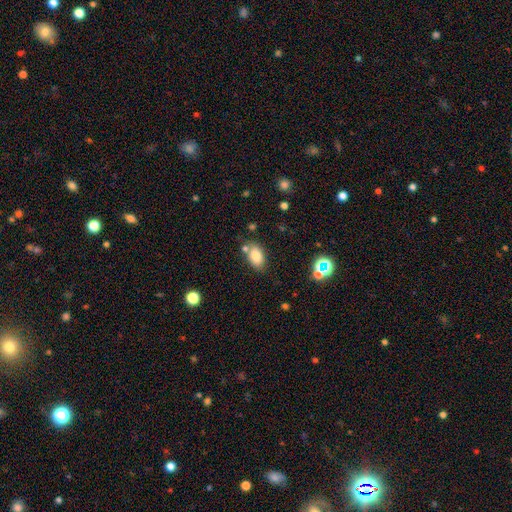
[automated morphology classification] Overall: smooth (81%). How rounded: in between (90%). Merging: none (68%).